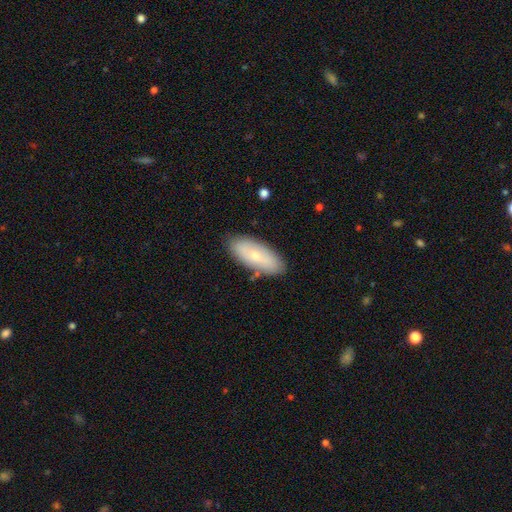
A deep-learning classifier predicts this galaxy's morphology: A smooth galaxy with no disk features (62%) that is in between round and cigar-shaped (81%). Merging: none (83%).